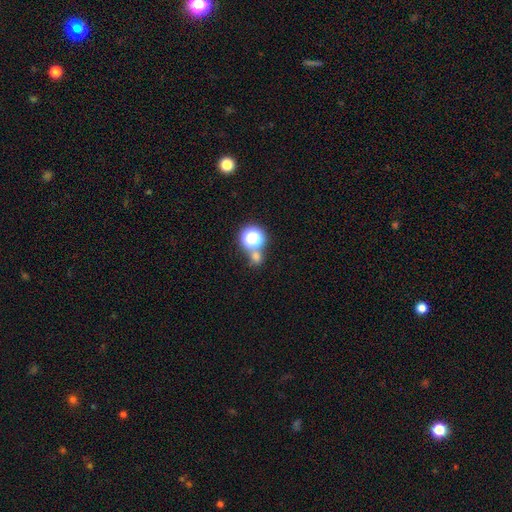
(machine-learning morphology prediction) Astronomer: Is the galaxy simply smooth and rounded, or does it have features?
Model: smooth — 61%.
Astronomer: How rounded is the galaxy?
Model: round — 80%.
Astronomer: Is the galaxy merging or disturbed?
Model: none — 59%.